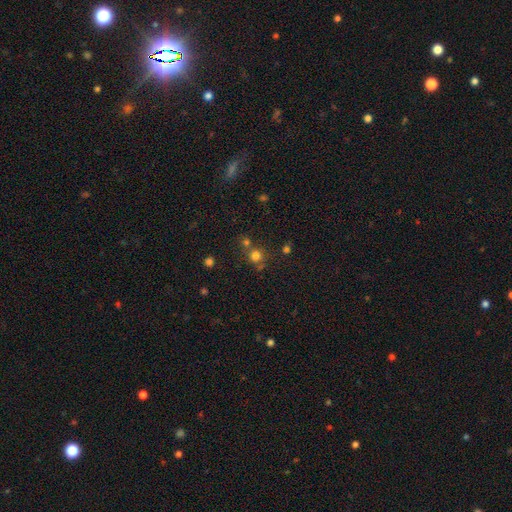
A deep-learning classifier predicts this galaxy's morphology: This is likely a smooth galaxy (73%). How rounded: clearly round (89%). Merging: likely none (62%).